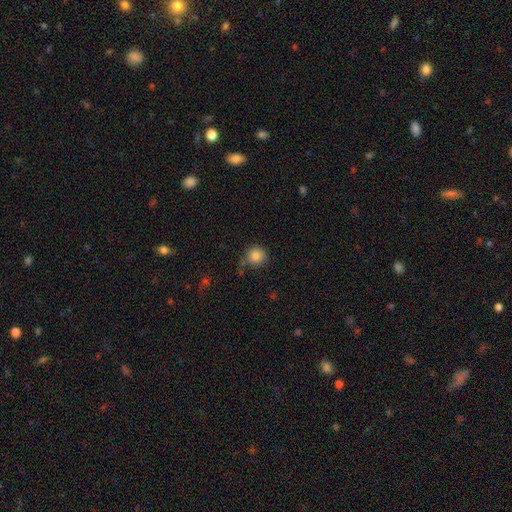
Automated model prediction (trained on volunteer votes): A smooth galaxy with no disk features (84%) that is round (91%).

Vote fractions:
- Smooth or featured? smooth: 84% / star or artifact: 10% / featured or disk: 6%
- How rounded? round: 91% / in between: 8% / cigar-shaped: 1%
- Merging? none: 70% / minor disturbance: 18% / merger: 7% / major disturbance: 5%